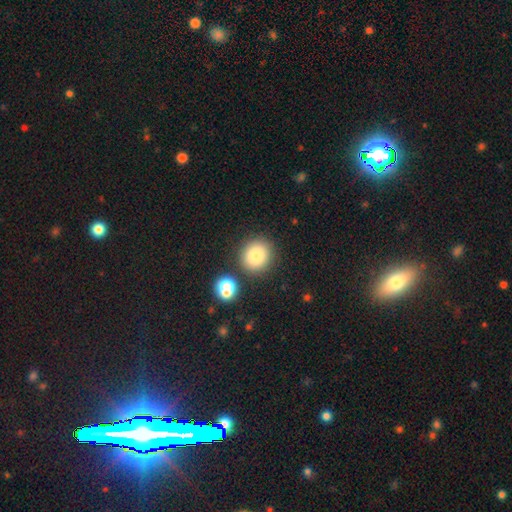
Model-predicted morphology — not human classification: Smooth or featured: smooth — 82% (star or artifact — 11%)
How rounded: round — 83% (in between — 16%)
Merging: none — 80% (merger — 9%)